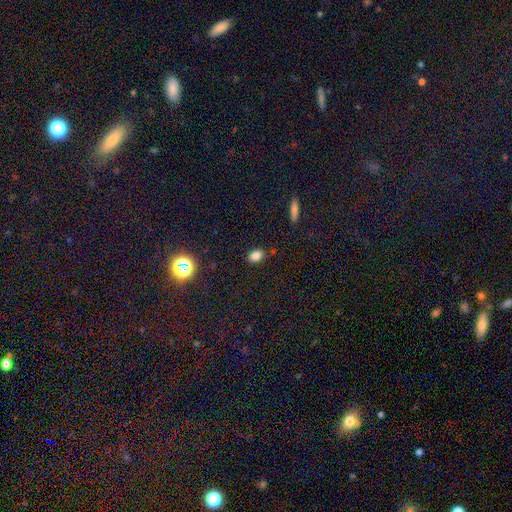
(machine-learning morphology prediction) type=smooth (81%); roundness=in between (67%); merging=none (85%).